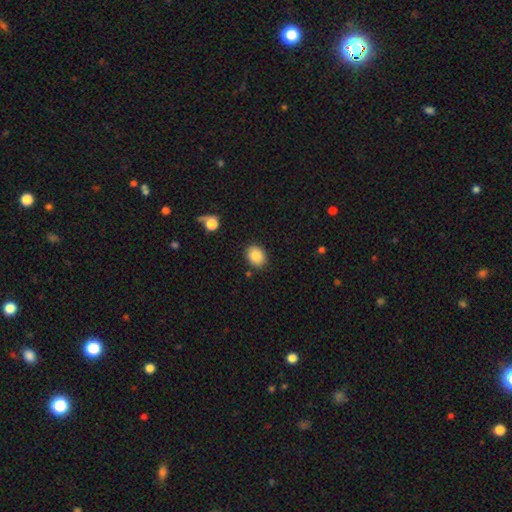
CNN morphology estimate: smooth 87%, star or artifact 8%, featured or disk 5%. Down the decision tree: how rounded — in between (52%); merging — none (86%).